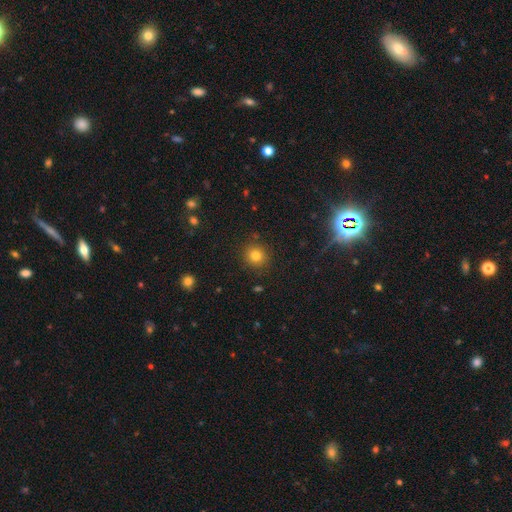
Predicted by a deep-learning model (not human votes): Smooth or featured? smooth (79%)
How rounded? round (90%)
Merging? none (89%)